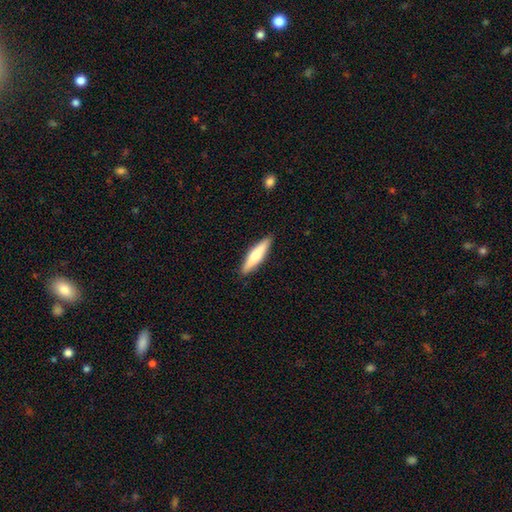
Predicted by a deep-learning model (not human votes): Q: Smooth or featured?
A: smooth (56%); runner-up: featured or disk (39%)
Q: How rounded?
A: cigar-shaped (81%); runner-up: in between (18%)
Q: Merging?
A: none (90%); runner-up: minor disturbance (7%)